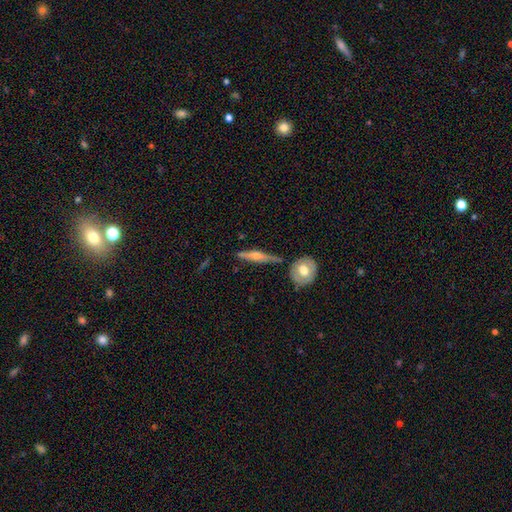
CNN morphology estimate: Overall: featured or disk (67%). Edge-on disk: yes (94%). Edge-on bulge: rounded (90%). Merging: none (79%).